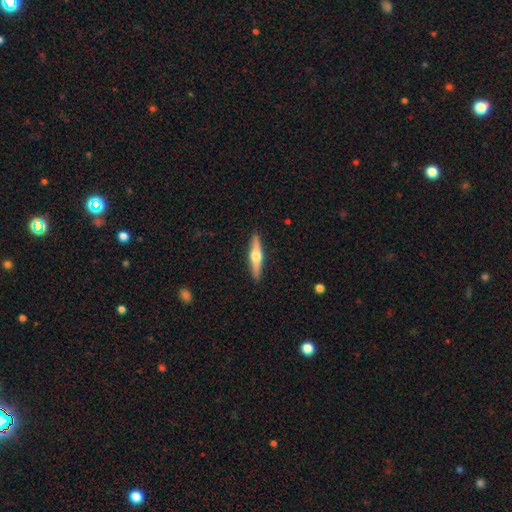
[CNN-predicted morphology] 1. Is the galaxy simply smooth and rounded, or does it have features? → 62% featured or disk, 33% smooth, 5% star or artifact.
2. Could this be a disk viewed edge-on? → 96% yes, 4% no.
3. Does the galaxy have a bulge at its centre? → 95% rounded, 2% none, 2% boxy.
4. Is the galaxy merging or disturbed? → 91% none, 7% minor disturbance, 1% major disturbance, 1% merger.